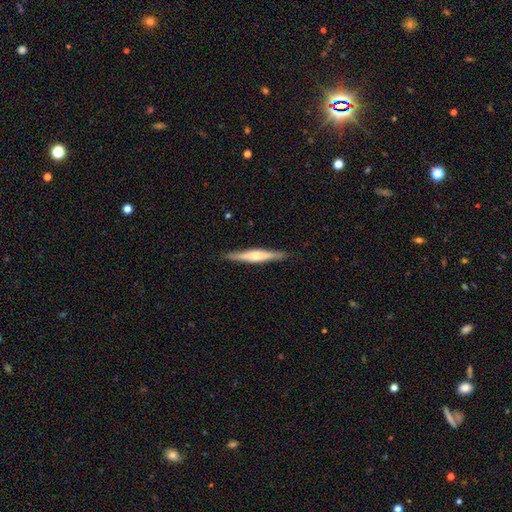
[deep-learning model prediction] Morphology: type=featured or disk (63%); edge-on=yes (96%); edge-on bulge=rounded (77%); merging=none (88%).